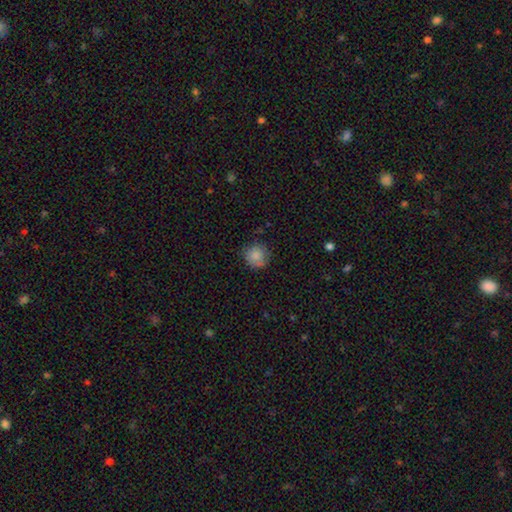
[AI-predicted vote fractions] smooth_or_featured: smooth (p=0.84) [alt: star or artifact p=0.09]
how_rounded: round (p=0.90) [alt: in between p=0.09]
merging: none (p=0.75) [alt: minor disturbance p=0.18]